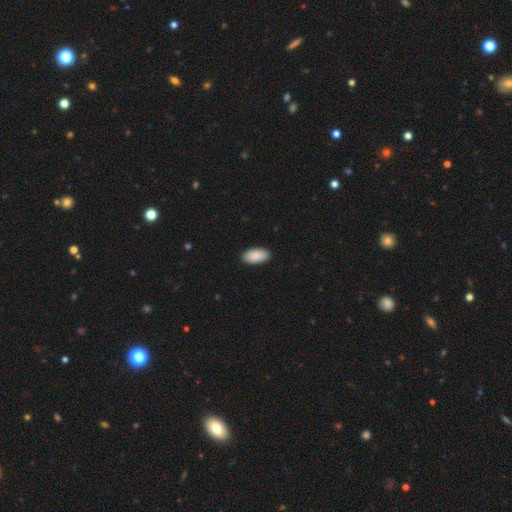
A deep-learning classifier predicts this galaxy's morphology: A smooth galaxy with no disk features (91%) that is in between round and cigar-shaped (95%). Merging: none (90%).